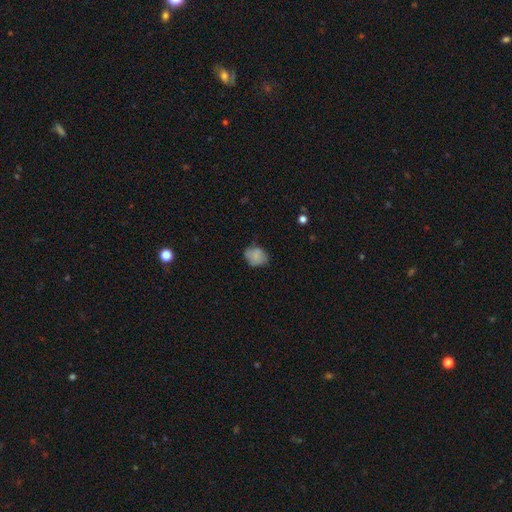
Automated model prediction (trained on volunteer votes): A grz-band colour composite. It shows a smooth galaxy with no disk features (80%) that is round (55%). Merging: none (65%).